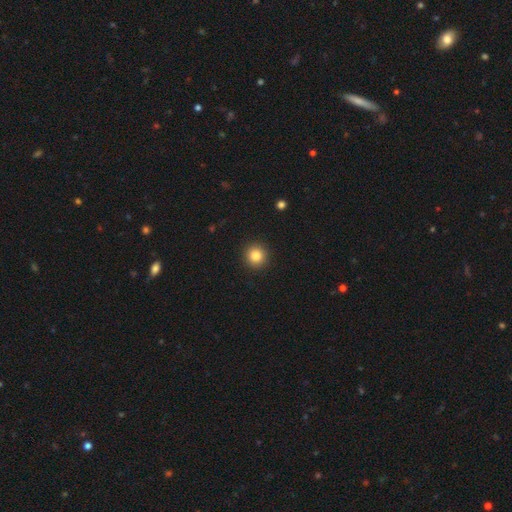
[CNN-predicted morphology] A smooth galaxy with no disk features (84%) that is round (93%). Merging: none (92%).